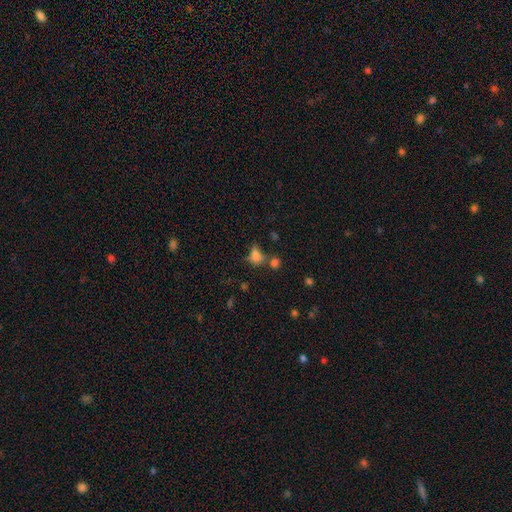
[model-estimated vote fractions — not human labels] Smooth or featured?
  - smooth: 74% *
  - star or artifact: 16%
  - featured or disk: 10%
How rounded?
  - in between: 72% *
  - round: 24%
  - cigar-shaped: 4%
Merging?
  - none: 38% *
  - merger: 29%
  - minor disturbance: 19%
  - major disturbance: 14%